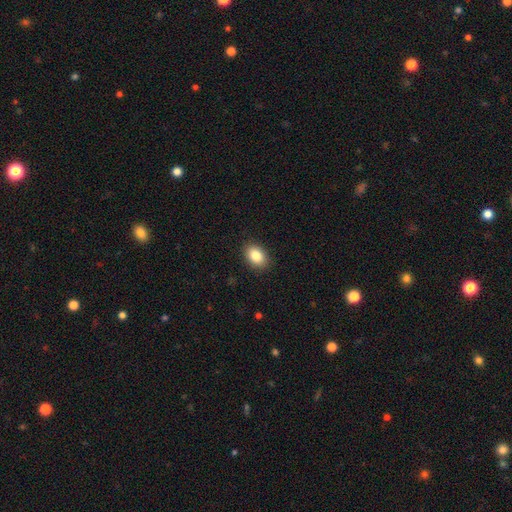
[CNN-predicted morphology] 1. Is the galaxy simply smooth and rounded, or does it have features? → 85% smooth, 8% star or artifact, 7% featured or disk.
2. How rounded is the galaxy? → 79% in between, 20% round, 1% cigar-shaped.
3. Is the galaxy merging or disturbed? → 89% none, 8% minor disturbance, 2% major disturbance, 1% merger.